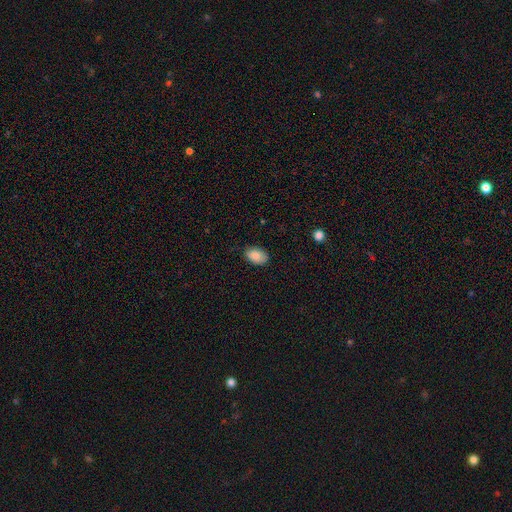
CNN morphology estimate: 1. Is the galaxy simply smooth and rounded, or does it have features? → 87% smooth, 8% star or artifact, 6% featured or disk.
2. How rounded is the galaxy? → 89% in between, 10% round, 1% cigar-shaped.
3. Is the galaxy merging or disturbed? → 81% none, 15% minor disturbance, 3% major disturbance, 1% merger.